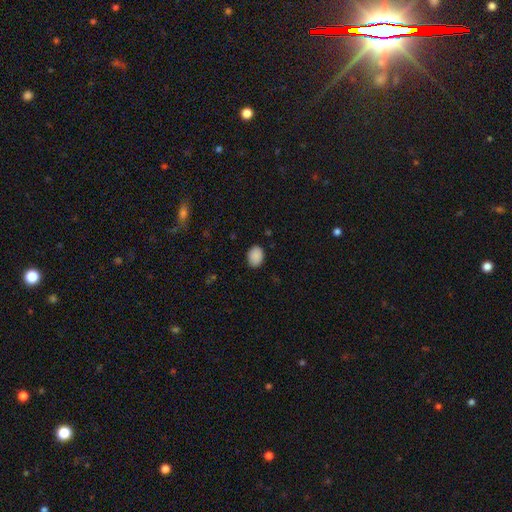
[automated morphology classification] A smooth galaxy with no disk features (89%) that is in between round and cigar-shaped (70%). Merging: none (86%).